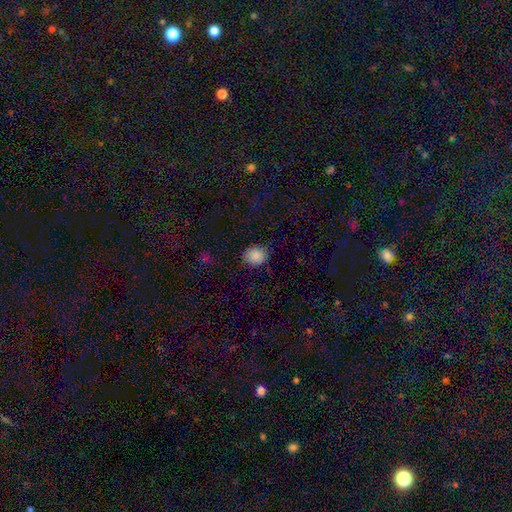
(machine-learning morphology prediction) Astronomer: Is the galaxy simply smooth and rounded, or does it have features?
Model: smooth — 88%.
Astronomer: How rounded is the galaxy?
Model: round — 70%.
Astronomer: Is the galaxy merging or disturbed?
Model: none — 81%.